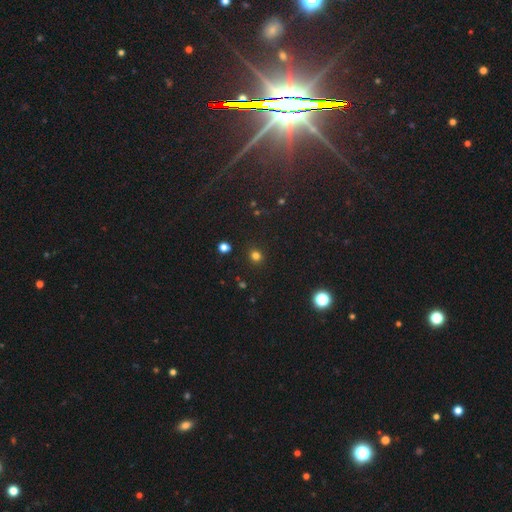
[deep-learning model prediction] Smooth or featured?
  - smooth: 78% *
  - star or artifact: 18%
  - featured or disk: 4%
How rounded?
  - round: 86% *
  - in between: 13%
  - cigar-shaped: 1%
Merging?
  - none: 90% *
  - minor disturbance: 6%
  - major disturbance: 2%
  - merger: 2%